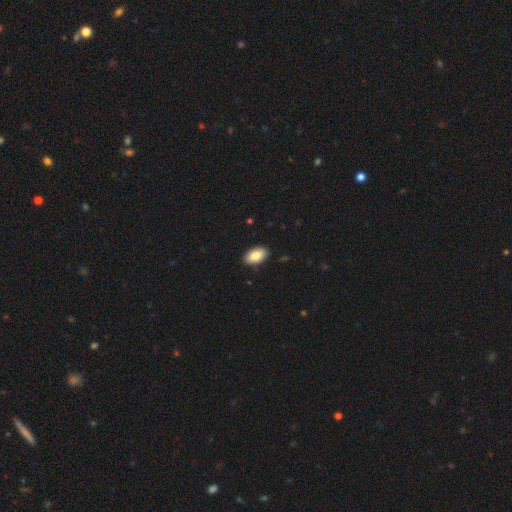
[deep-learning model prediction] Smooth or featured?
  - smooth: 87% *
  - featured or disk: 7%
  - star or artifact: 6%
How rounded?
  - in between: 95% *
  - round: 3%
  - cigar-shaped: 2%
Merging?
  - none: 89% *
  - minor disturbance: 9%
  - major disturbance: 2%
  - merger: 1%